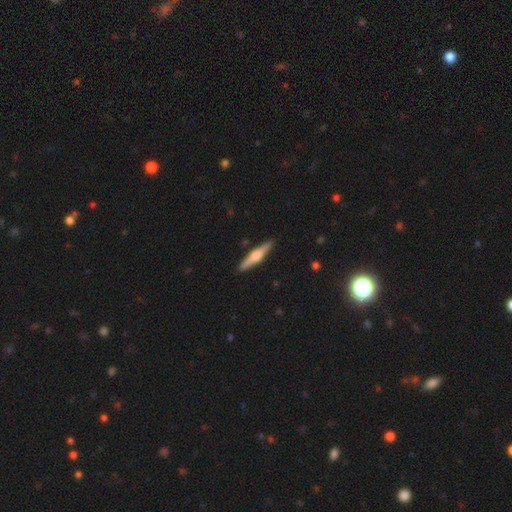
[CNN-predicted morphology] Overall: featured or disk (66%; smooth 28%). Edge-on disk: yes (98%). Edge-on bulge: rounded (83%). Merging: none (91%).